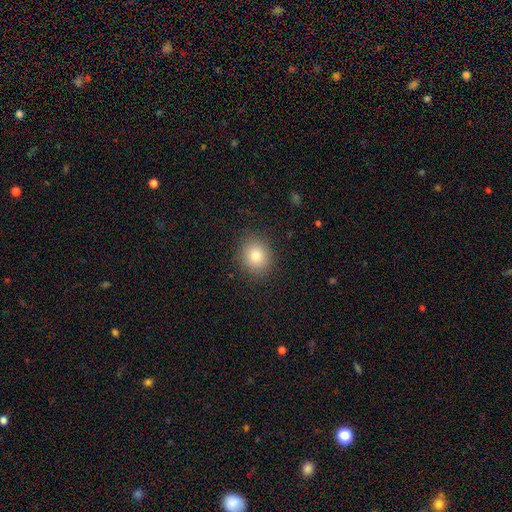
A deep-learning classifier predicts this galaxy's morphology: This is clearly a smooth galaxy (82%). How rounded: likely round (77%). Merging: clearly none (89%).